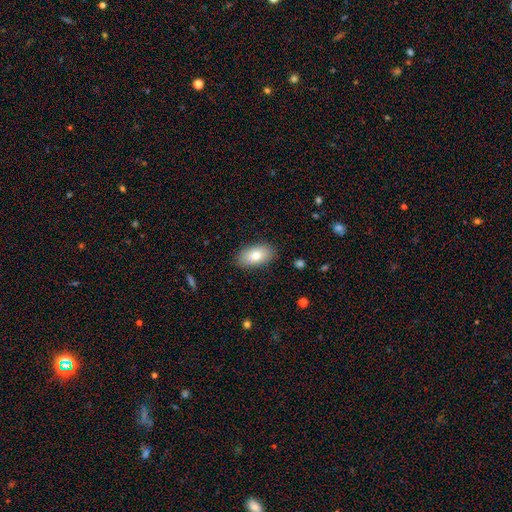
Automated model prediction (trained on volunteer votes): smooth_or_featured: smooth (p=0.78) [alt: featured or disk p=0.14]
how_rounded: in between (p=0.93) [alt: round p=0.05]
merging: none (p=0.87) [alt: minor disturbance p=0.10]